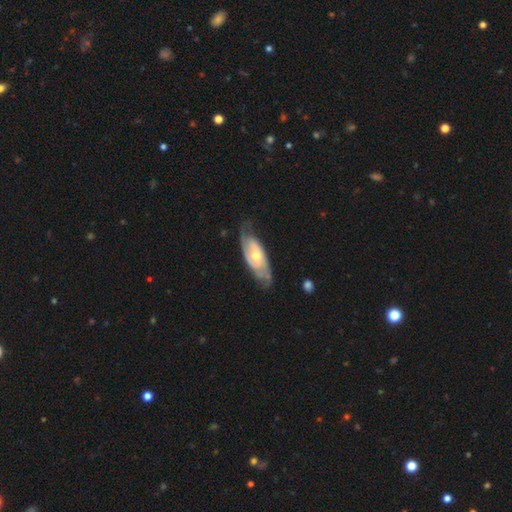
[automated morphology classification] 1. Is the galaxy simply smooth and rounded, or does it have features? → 74% featured or disk, 21% smooth, 5% star or artifact.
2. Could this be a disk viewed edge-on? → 86% no, 14% yes.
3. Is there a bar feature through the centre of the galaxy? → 70% no, 24% weak, 6% strong.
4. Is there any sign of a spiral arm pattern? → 86% yes, 14% no.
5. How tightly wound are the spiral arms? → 53% tight, 34% medium, 13% loose.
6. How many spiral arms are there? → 53% 2, 32% can't tell, 7% 3, 4% 1, 2% 4, 2% more than 4.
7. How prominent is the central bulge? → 61% moderate, 34% small, 3% large, 1% none, 1% dominant.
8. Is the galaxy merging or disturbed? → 65% none, 25% minor disturbance, 8% major disturbance, 2% merger.